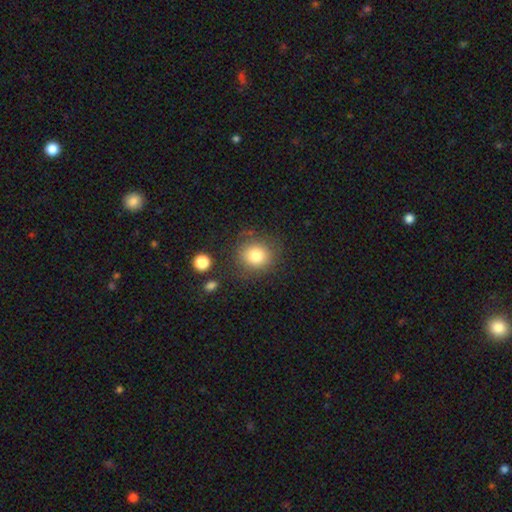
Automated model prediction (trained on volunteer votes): smooth-or-featured: smooth: 81% | star or artifact: 10% | featured or disk: 9%
  how-rounded: round: 84% | in between: 15% | cigar-shaped: 1%
  merging: none: 79% | minor disturbance: 13% | major disturbance: 5% | merger: 3%